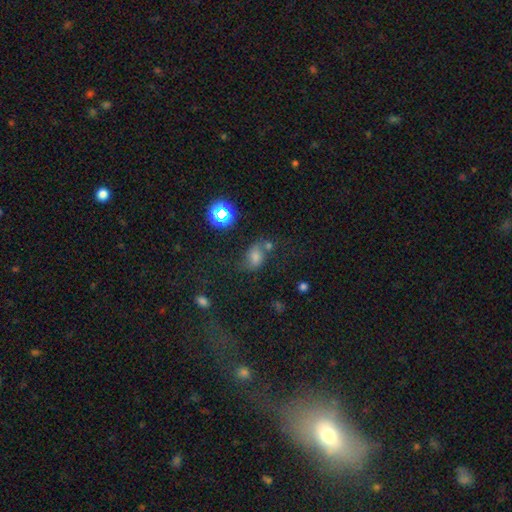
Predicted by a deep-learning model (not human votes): A smooth galaxy with no disk features (60%) that is in between round and cigar-shaped (70%). Merging: none (48%).